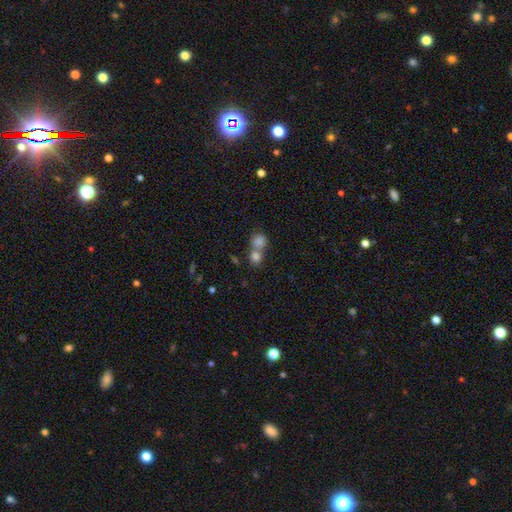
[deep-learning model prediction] smooth-or-featured: smooth: 77% | star or artifact: 14% | featured or disk: 10%
  how-rounded: round: 73% | in between: 25% | cigar-shaped: 2%
  merging: merger: 56% | none: 35% | minor disturbance: 6% | major disturbance: 3%